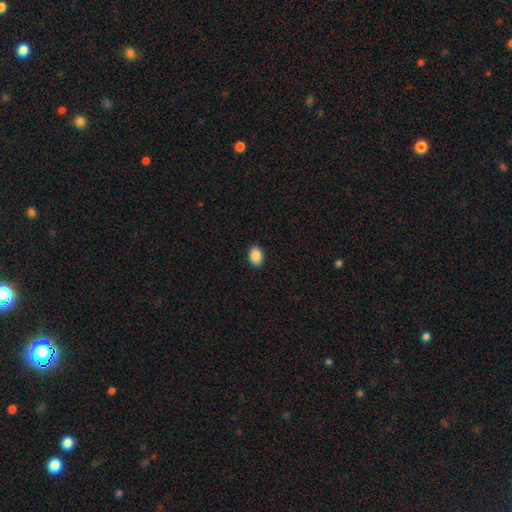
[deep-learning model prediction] Q: Smooth or featured?
A: smooth (90%); runner-up: star or artifact (7%)
Q: How rounded?
A: in between (78%); runner-up: round (21%)
Q: Merging?
A: none (90%); runner-up: minor disturbance (7%)